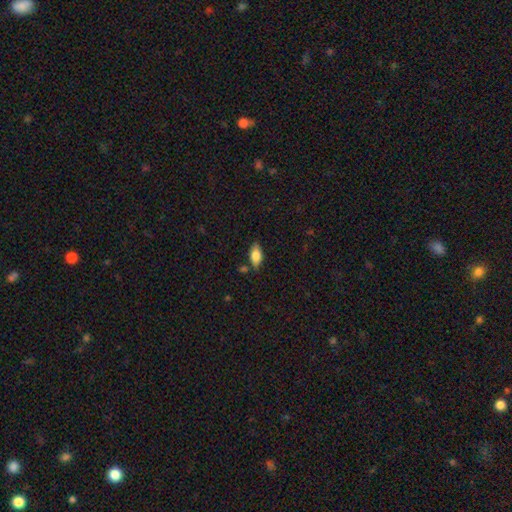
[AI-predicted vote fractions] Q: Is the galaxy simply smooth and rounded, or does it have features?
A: smooth — 76%.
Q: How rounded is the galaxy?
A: in between — 88%.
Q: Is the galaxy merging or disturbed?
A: none — 79%.